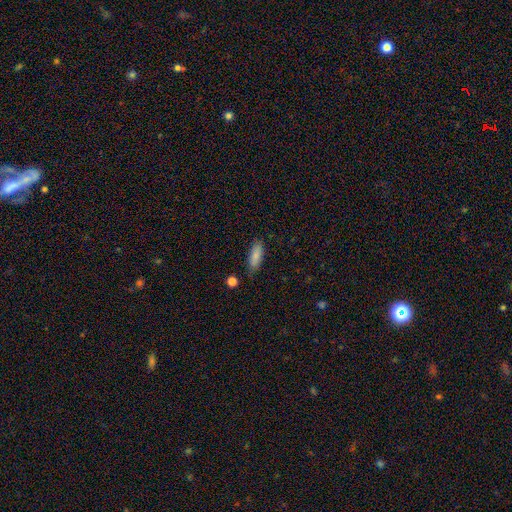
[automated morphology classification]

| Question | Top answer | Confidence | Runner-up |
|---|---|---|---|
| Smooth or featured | smooth | 85% | featured or disk (9%) |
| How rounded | in between | 63% | cigar-shaped (35%) |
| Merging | none | 78% | minor disturbance (16%) |